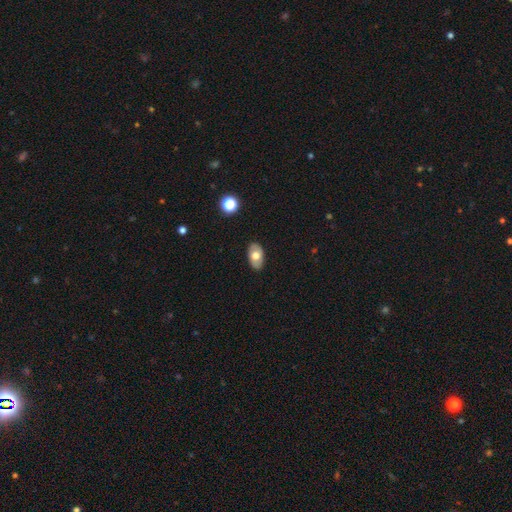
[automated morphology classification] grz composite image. It shows a smooth galaxy with no disk features (63%) that is in between round and cigar-shaped (92%). Merging: none (86%).